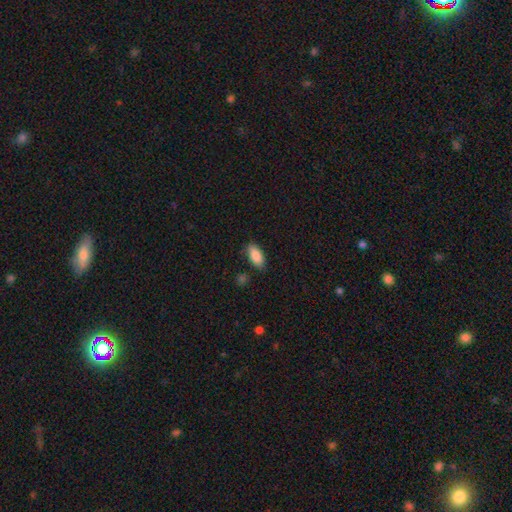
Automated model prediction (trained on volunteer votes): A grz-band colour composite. It shows a smooth galaxy with no disk features (88%) that is in between round and cigar-shaped (90%). Merging: none (81%).